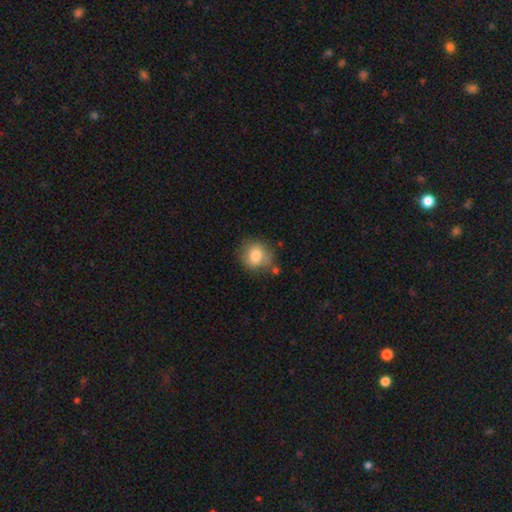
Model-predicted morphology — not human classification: Smooth or featured? smooth (80%)
How rounded? round (78%)
Merging? none (71%)